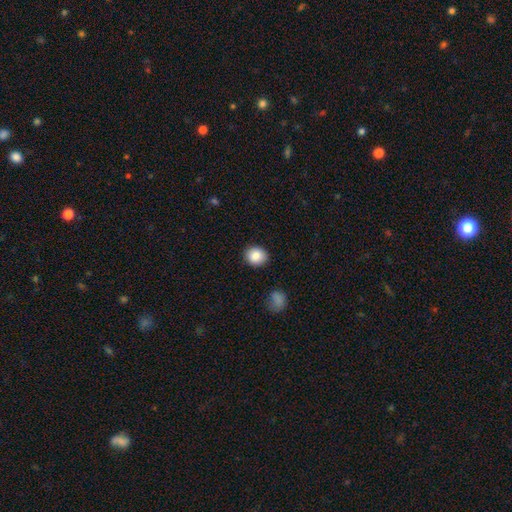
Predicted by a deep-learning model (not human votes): Morphology: type=smooth (86%); roundness=round (80%); merging=none (89%).